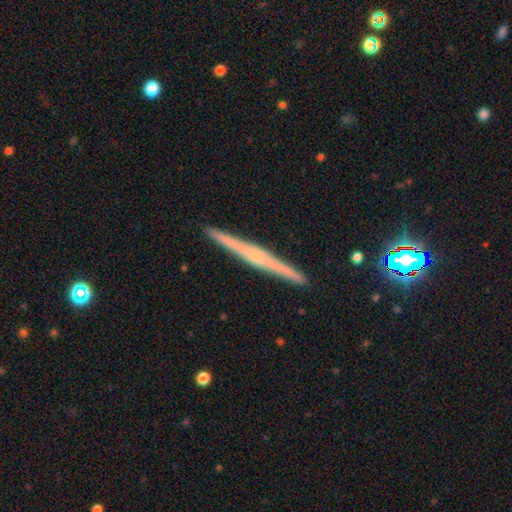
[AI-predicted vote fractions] This is likely a featured or disk galaxy (72%). It is clearly viewed edge-on (98%). Edge-on bulge: possibly rounded (52%). Merging: clearly none (93%).